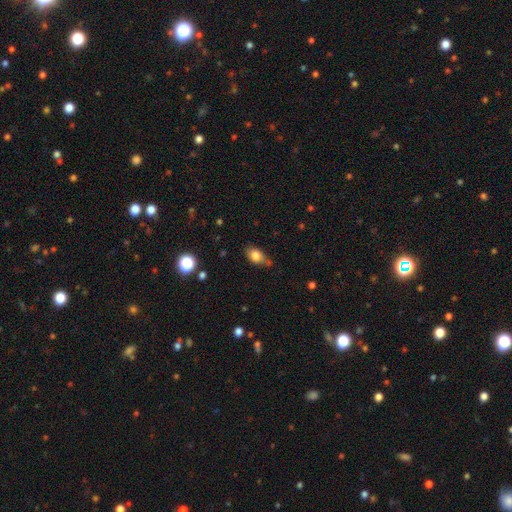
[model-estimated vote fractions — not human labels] smooth_or_featured: smooth (p=0.80) [alt: featured or disk p=0.10]
how_rounded: in between (p=0.79) [alt: round p=0.18]
merging: none (p=0.67) [alt: minor disturbance p=0.23]